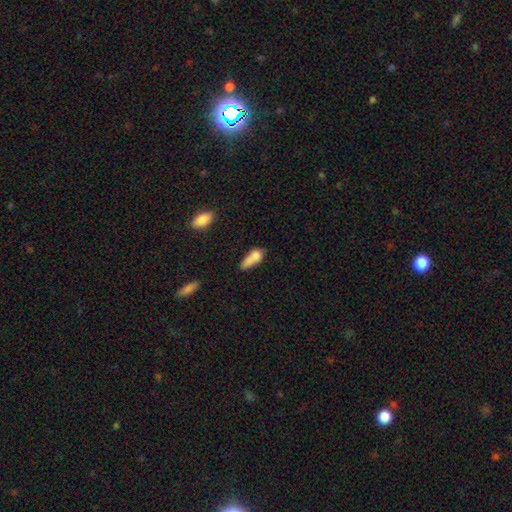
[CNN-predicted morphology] Smooth or featured? smooth (76%)
How rounded? in between (67%)
Merging? none (35%)